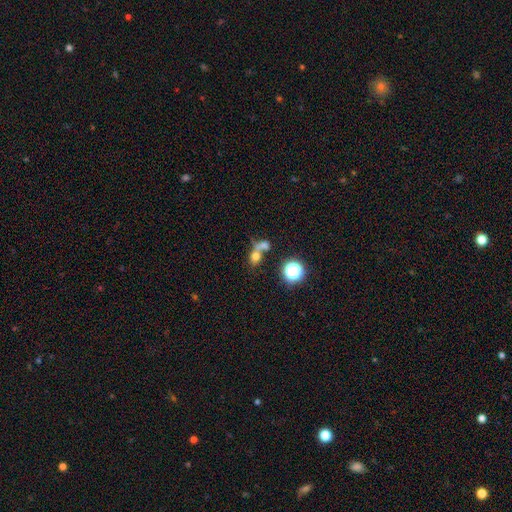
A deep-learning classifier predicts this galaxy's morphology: Smooth or featured? smooth (67%)
How rounded? round (52%)
Merging? merger (57%)